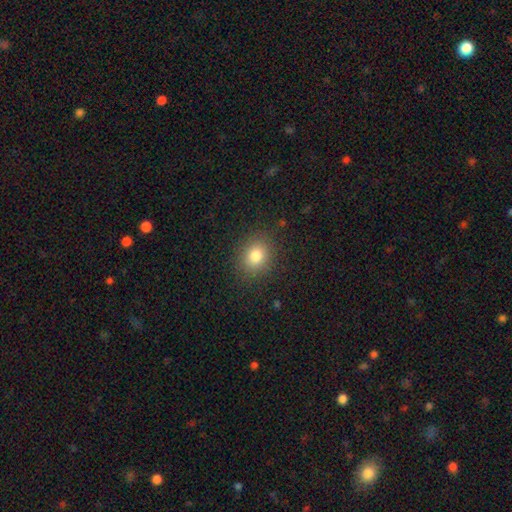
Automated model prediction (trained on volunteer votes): The model was most divided on "how rounded": round: 66%, in between: 33%, cigar-shaped: 1%. More confident: merging — none (87%); smooth or featured — smooth (81%).